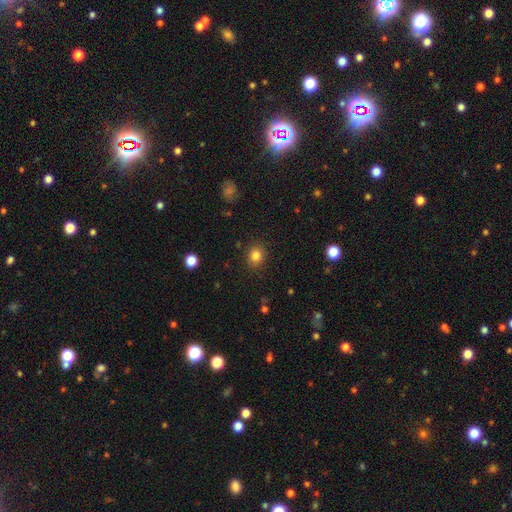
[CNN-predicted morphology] Overall: smooth (83%). How rounded: round (74%). Merging: none (88%).